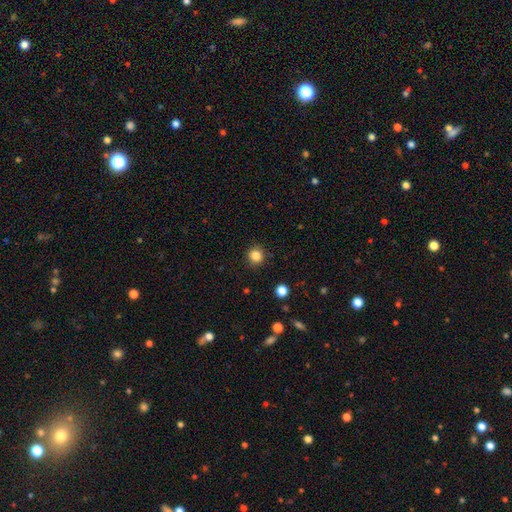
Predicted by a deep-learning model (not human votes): Smooth or featured?
  - smooth: 84% *
  - star or artifact: 12%
  - featured or disk: 4%
How rounded?
  - round: 89% *
  - in between: 10%
  - cigar-shaped: 1%
Merging?
  - none: 90% *
  - minor disturbance: 7%
  - major disturbance: 2%
  - merger: 1%